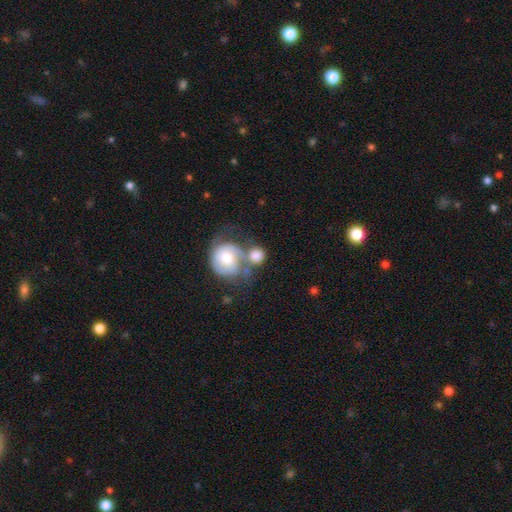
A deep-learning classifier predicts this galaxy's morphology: type=smooth (68%); roundness=round (79%); merging=merger (48%).